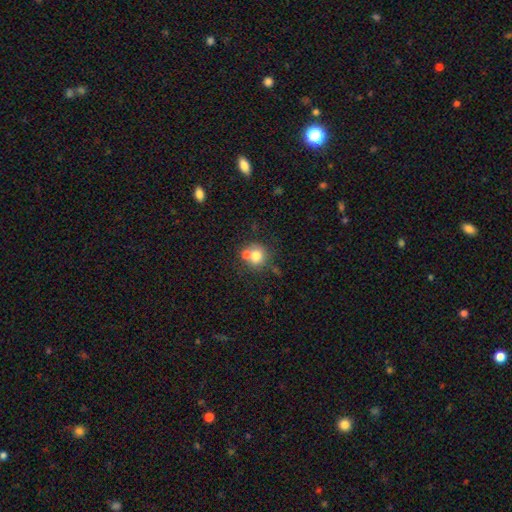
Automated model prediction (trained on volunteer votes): Smooth or featured? smooth (74%)
How rounded? round (84%)
Merging? none (49%)